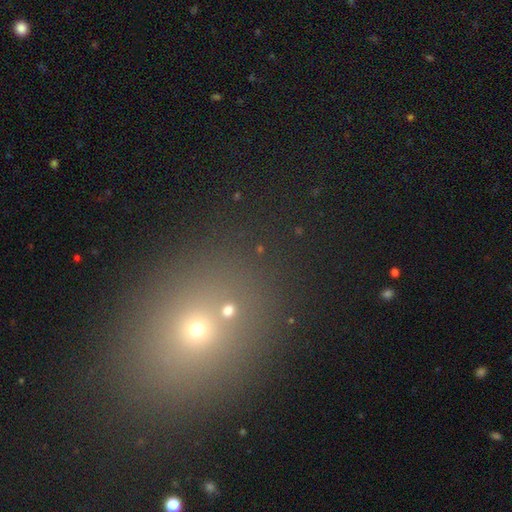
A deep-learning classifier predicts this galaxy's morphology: Smooth or featured?
  - smooth: 52% *
  - star or artifact: 35%
  - featured or disk: 13%
How rounded?
  - in between: 49% * (tied)
  - round: 49% * (tied)
  - cigar-shaped: 2%
Merging?
  - none: 76% *
  - merger: 12%
  - minor disturbance: 8%
  - major disturbance: 4%